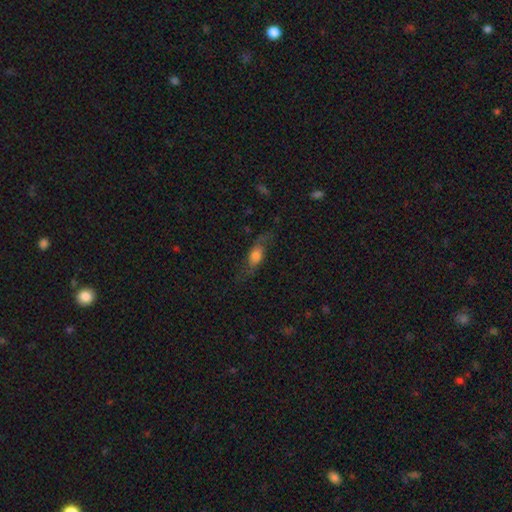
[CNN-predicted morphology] Q: Smooth or featured?
A: smooth (50%); runner-up: featured or disk (41%)
Q: Merging?
A: none (58%); runner-up: minor disturbance (22%)